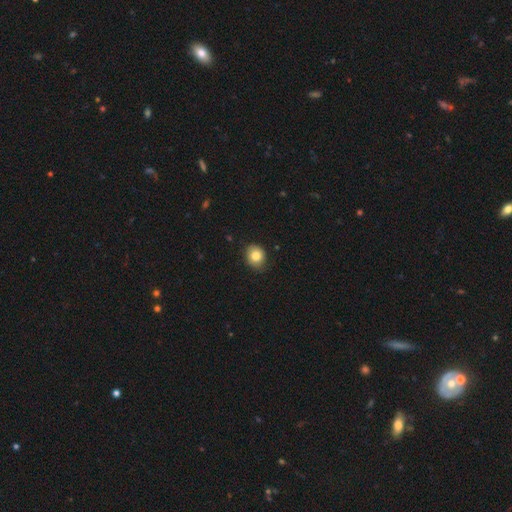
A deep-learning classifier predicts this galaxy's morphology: Q: Smooth or featured?
A: smooth (83%); runner-up: star or artifact (9%)
Q: How rounded?
A: round (65%); runner-up: in between (34%)
Q: Merging?
A: none (81%); runner-up: minor disturbance (15%)